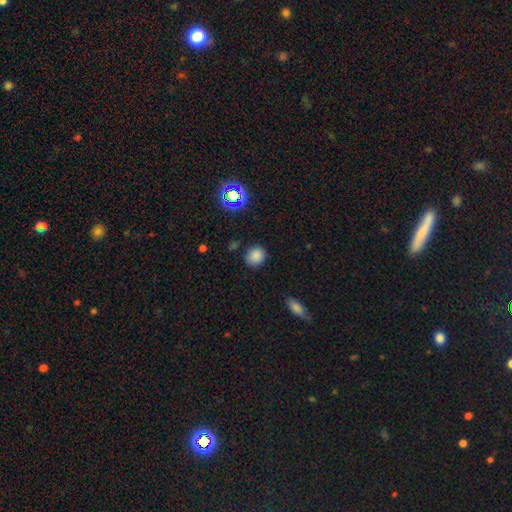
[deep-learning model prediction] Morphology: type=smooth (83%); roundness=round (77%); merging=none (83%).